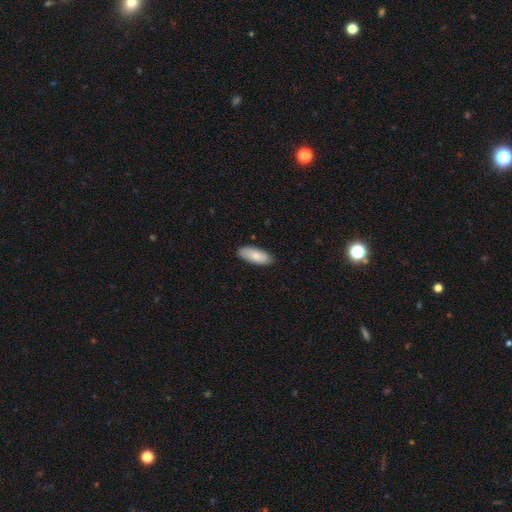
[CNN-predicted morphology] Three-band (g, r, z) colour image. It shows a smooth galaxy with no disk features (81%) that is in between round and cigar-shaped (83%). Merging: none (86%).